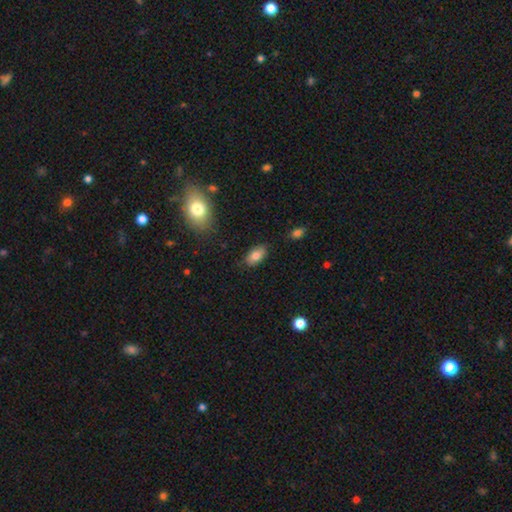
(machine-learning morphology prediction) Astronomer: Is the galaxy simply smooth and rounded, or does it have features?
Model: smooth — 81%.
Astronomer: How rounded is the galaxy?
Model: in between — 92%.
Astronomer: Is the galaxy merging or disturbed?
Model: none — 83%.